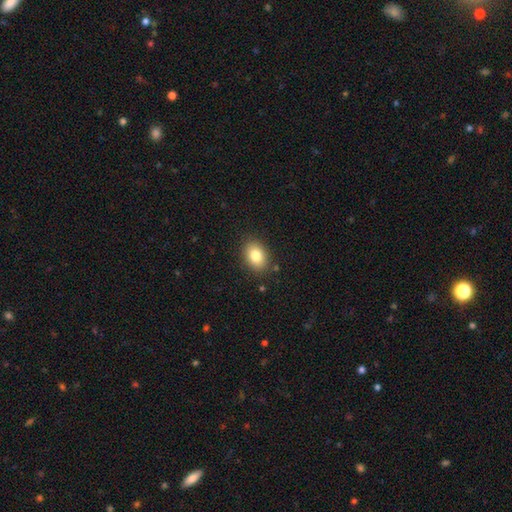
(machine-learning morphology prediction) type=smooth (82%); roundness=in between (75%); merging=none (87%).